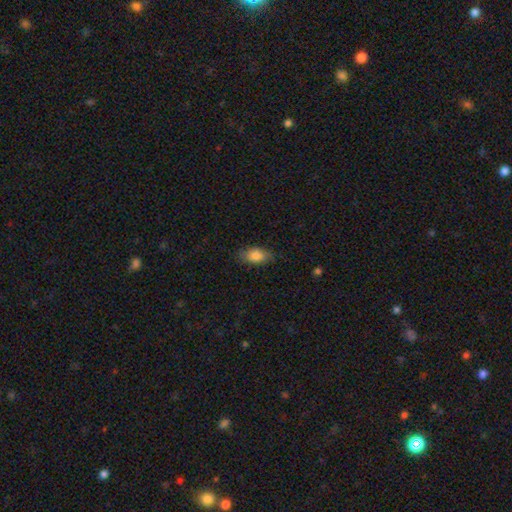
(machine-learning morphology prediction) Overall: smooth (84%). How rounded: in between (89%). Merging: none (81%).